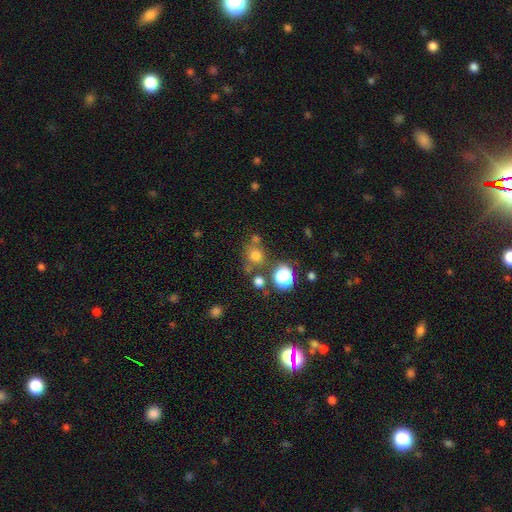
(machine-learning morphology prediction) Overall: smooth (70%). How rounded: round (81%). Merging: none (64%).